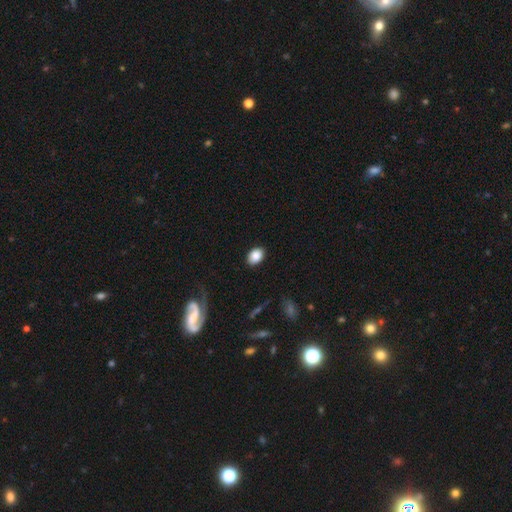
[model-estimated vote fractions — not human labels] A smooth galaxy with no disk features (86%) that is in between round and cigar-shaped (78%). Merging: none (87%).